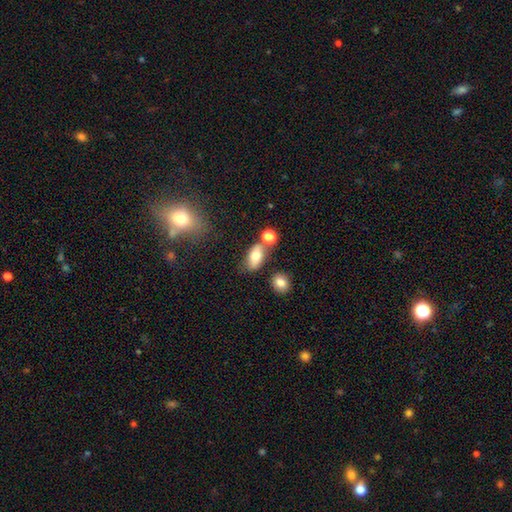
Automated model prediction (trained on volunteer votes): smooth 75%, featured or disk 16%, star or artifact 9%. Down the decision tree: how rounded — in between (83%); merging — none (63%).